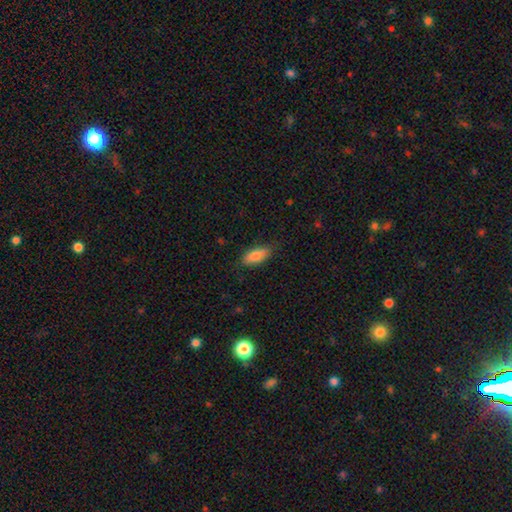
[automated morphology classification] smooth_or_featured: smooth (p=0.85) [alt: featured or disk p=0.09]
how_rounded: in between (p=0.81) [alt: cigar-shaped p=0.17]
merging: none (p=0.83) [alt: minor disturbance p=0.14]